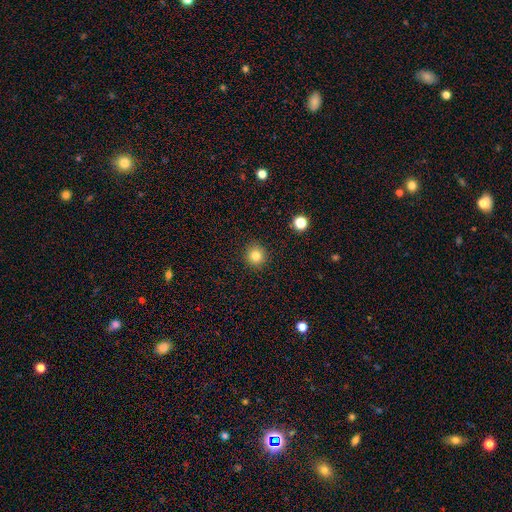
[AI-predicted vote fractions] Morphology: type=smooth (82%); roundness=round (94%); merging=none (92%).